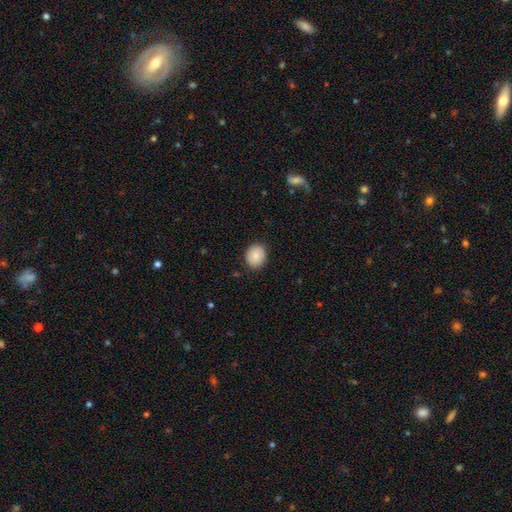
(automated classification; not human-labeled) Smooth or featured? Predicted: smooth (p=0.86). How rounded? Predicted: round (p=0.68). Merging? Predicted: none (p=0.88).